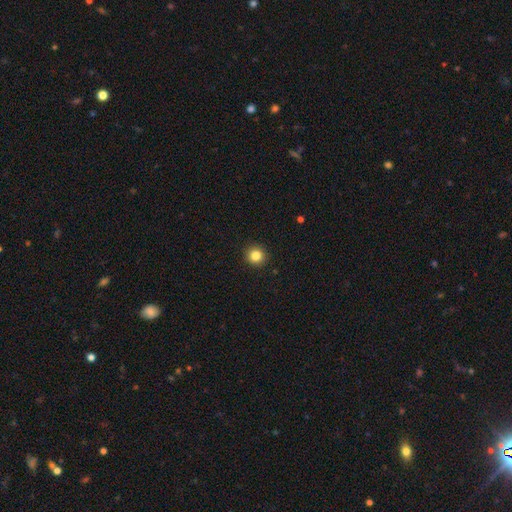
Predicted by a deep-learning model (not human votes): A smooth galaxy with no disk features (84%) that is round (93%). Merging: none (93%).